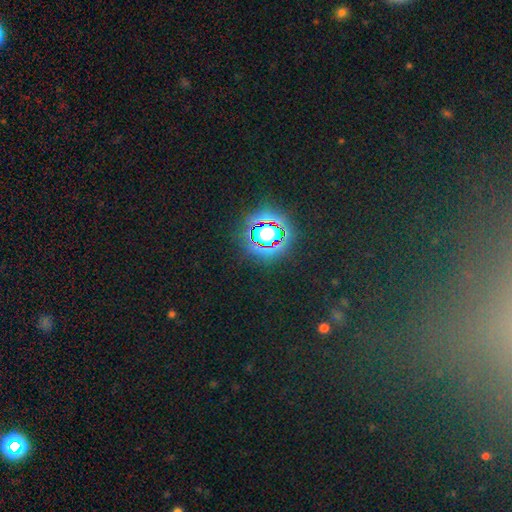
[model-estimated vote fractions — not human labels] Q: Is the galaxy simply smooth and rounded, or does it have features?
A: star or artifact — 75%.